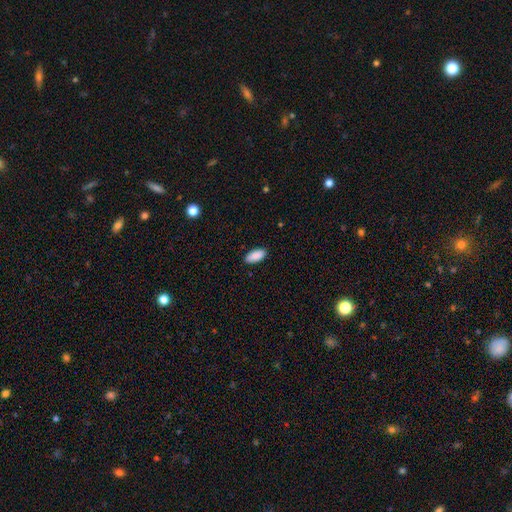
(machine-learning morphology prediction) Smooth or featured?
  - smooth: 90% *
  - star or artifact: 6%
  - featured or disk: 4%
How rounded?
  - in between: 89% *
  - cigar-shaped: 9%
  - round: 2%
Merging?
  - none: 88% *
  - minor disturbance: 9%
  - major disturbance: 2%
  - merger: 1%